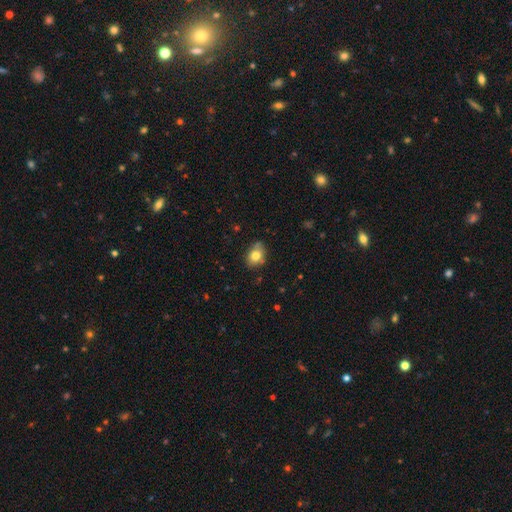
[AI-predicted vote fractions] Smooth or featured: smooth — 77% (featured or disk — 13%)
How rounded: in between — 57% (round — 42%)
Merging: none — 73% (minor disturbance — 21%)